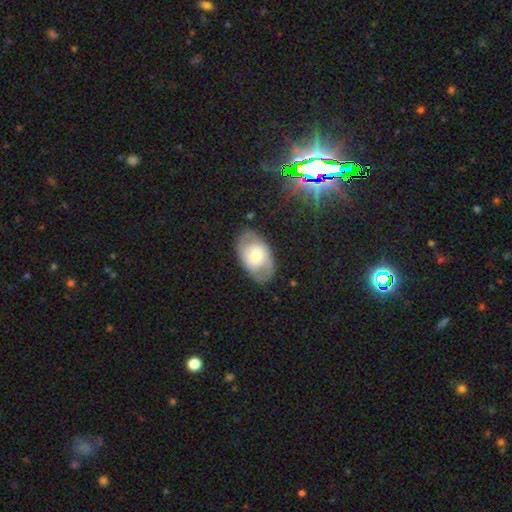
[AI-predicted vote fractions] Smooth or featured? smooth (47%)
Merging? none (75%)